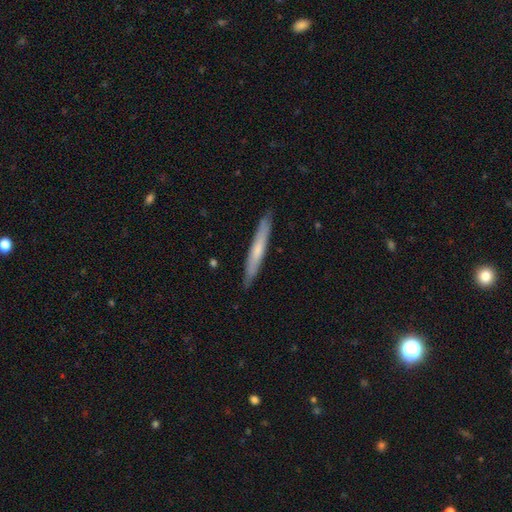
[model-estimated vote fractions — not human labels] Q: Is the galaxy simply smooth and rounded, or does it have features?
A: featured or disk — 52%.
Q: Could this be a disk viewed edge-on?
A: yes — 93%.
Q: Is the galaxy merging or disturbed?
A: none — 90%.